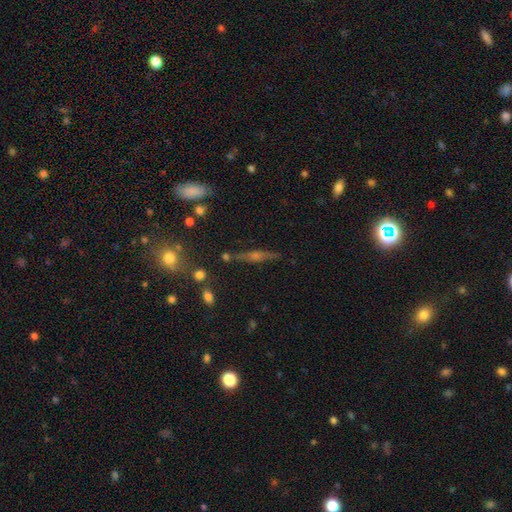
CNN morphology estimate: type=featured or disk (64%); edge-on=yes (93%); edge-on bulge=rounded (80%); merging=none (80%).